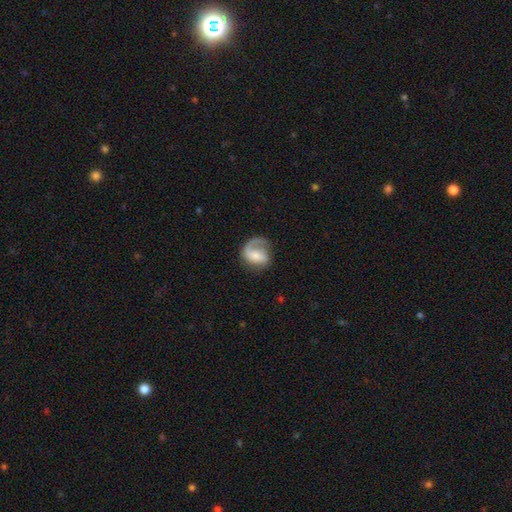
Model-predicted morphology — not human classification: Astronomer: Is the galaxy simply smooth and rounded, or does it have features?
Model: featured or disk — 67%.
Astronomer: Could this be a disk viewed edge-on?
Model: no — 98%.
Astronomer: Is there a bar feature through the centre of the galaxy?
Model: no — 50% (runner-up: weak, 38%).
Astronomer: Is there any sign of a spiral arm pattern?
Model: yes — 90%.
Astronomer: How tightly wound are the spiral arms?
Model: medium — 39% (runner-up: loose, 36%).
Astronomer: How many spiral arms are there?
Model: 1 — 73%.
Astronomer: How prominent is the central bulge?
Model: small — 47% (runner-up: moderate, 37%).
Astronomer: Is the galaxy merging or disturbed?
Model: none — 52% (runner-up: major disturbance, 27%).